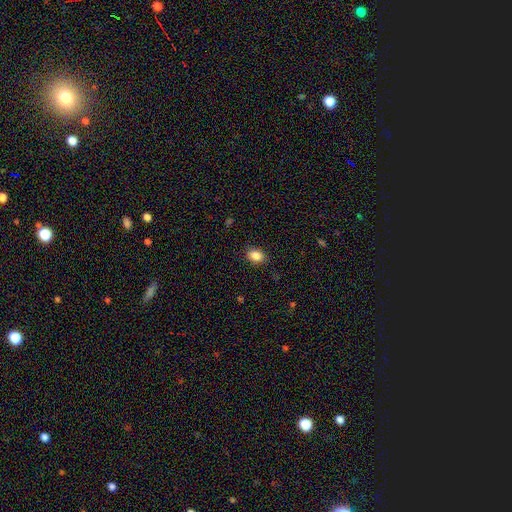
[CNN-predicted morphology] Smooth or featured?
  - smooth: 86% *
  - star or artifact: 9%
  - featured or disk: 4%
How rounded?
  - in between: 69% *
  - round: 30%
  - cigar-shaped: 1%
Merging?
  - none: 87% *
  - minor disturbance: 9%
  - major disturbance: 2%
  - merger: 1%